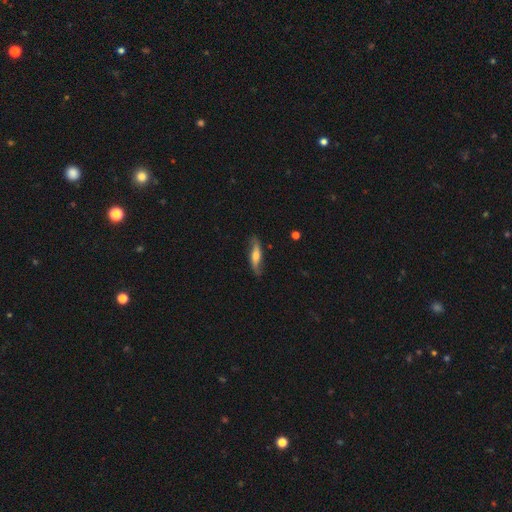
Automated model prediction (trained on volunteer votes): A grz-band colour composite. It shows a featured or disk galaxy (61%). Merging: none (77%).